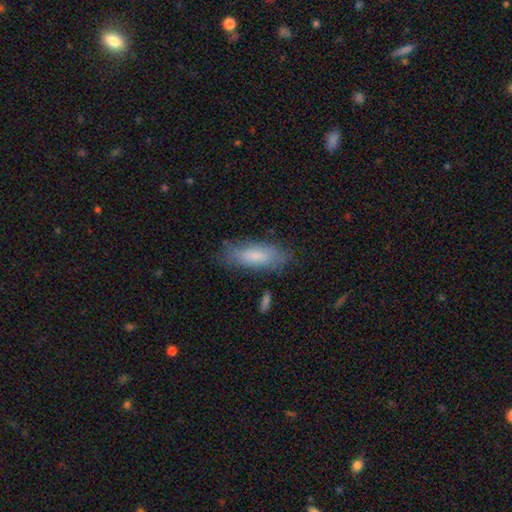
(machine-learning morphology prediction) Smooth or featured?
  - smooth: 75% *
  - featured or disk: 18%
  - star or artifact: 7%
How rounded?
  - in between: 65% *
  - cigar-shaped: 34%
  - round: 2%
Merging?
  - none: 75% *
  - minor disturbance: 17%
  - major disturbance: 5%
  - merger: 2%